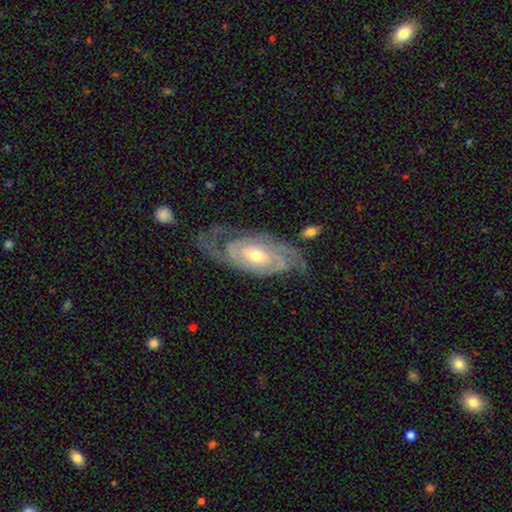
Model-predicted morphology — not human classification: smooth_or_featured: featured or disk (p=0.88) [alt: smooth p=0.07]
disk_edge_on: no (p=0.94) [alt: yes p=0.06]
bar: no (p=0.65) [alt: weak p=0.26]
has_spiral_arms: yes (p=0.96) [alt: no p=0.04]
spiral_winding: tight (p=0.71) [alt: medium p=0.23]
spiral_arm_count: 2 (p=0.54) [alt: can't tell p=0.20]
bulge_size: moderate (p=0.58) [alt: small p=0.37]
merging: none (p=0.67) [alt: minor disturbance p=0.19]